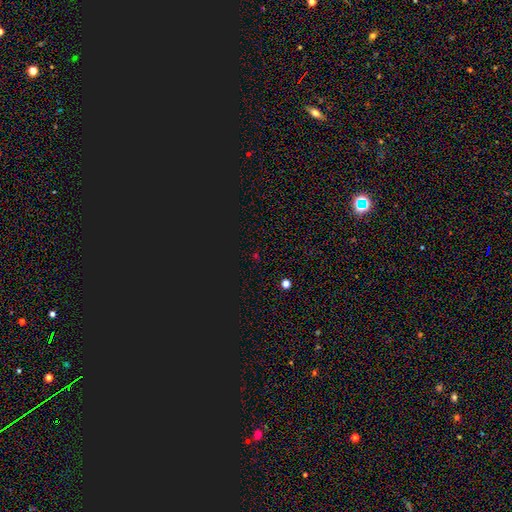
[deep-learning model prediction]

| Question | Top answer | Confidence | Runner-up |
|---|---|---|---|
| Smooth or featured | star or artifact | 71% | smooth (23%) |